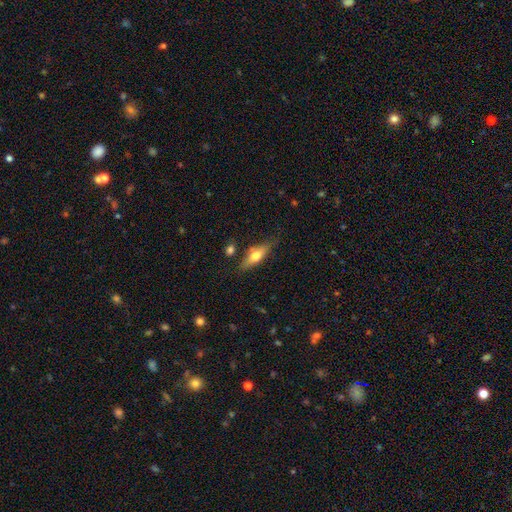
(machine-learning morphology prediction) type=smooth (53%); roundness=in between (51%); merging=none (71%).